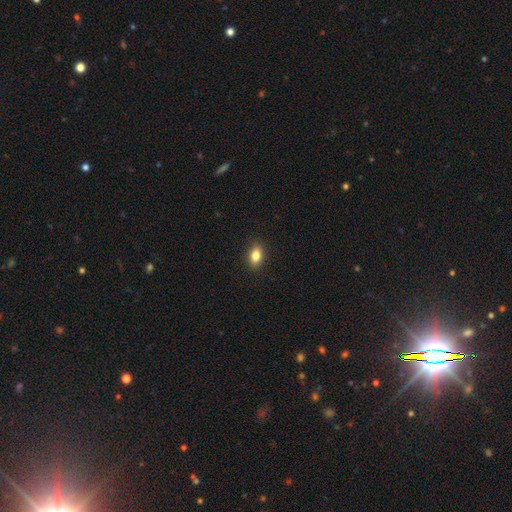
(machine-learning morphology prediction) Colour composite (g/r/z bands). It shows a smooth galaxy with no disk features (84%) that is in between round and cigar-shaped (82%). Merging: none (90%).